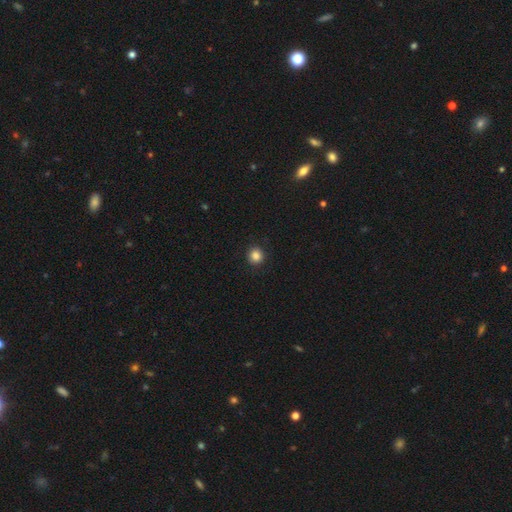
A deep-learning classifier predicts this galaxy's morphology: The model was most divided on "smooth or featured": smooth: 85%, star or artifact: 11%, featured or disk: 3%. More confident: how rounded — round (92%); merging — none (92%).